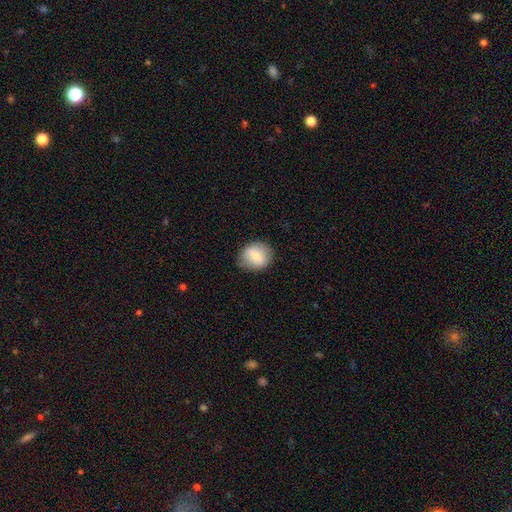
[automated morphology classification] Q: Smooth or featured?
A: smooth (72%); runner-up: featured or disk (21%)
Q: How rounded?
A: round (68%); runner-up: in between (31%)
Q: Merging?
A: none (81%); runner-up: minor disturbance (14%)